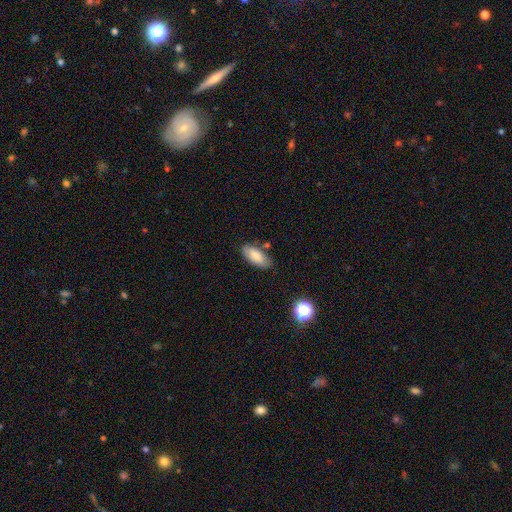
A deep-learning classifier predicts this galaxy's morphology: smooth-or-featured: smooth: 80% | featured or disk: 12% | star or artifact: 7%
  how-rounded: in between: 88% | cigar-shaped: 10% | round: 2%
  merging: none: 74% | minor disturbance: 18% | merger: 5% | major disturbance: 3%